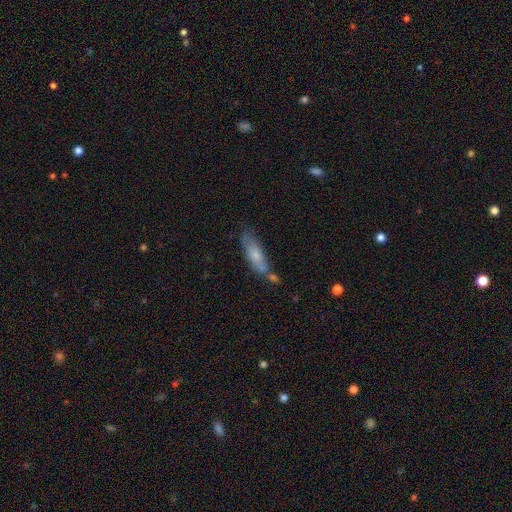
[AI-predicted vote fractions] The model was most divided on "how rounded": cigar-shaped: 56%, in between: 42%, round: 2%. More confident: smooth or featured — smooth (66%); merging — none (50%).